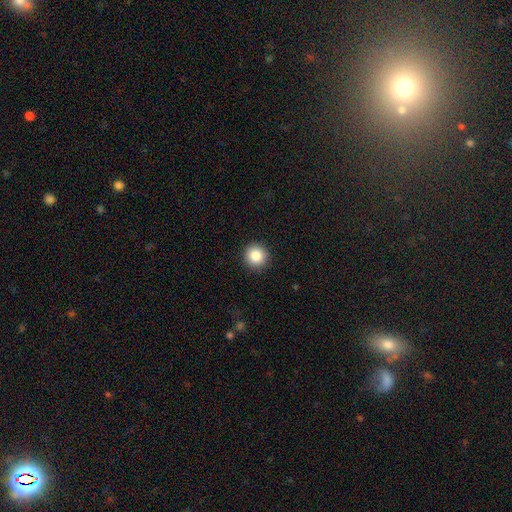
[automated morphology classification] smooth_or_featured: smooth (p=0.85) [alt: star or artifact p=0.09]
how_rounded: round (p=0.95) [alt: in between p=0.04]
merging: none (p=0.92) [alt: minor disturbance p=0.05]